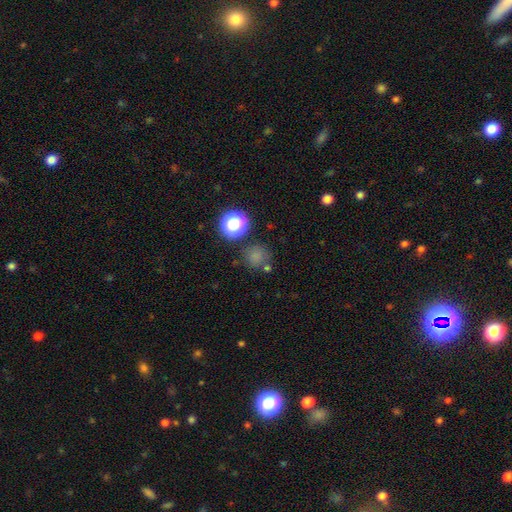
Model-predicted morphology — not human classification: smooth 73%, star or artifact 20%, featured or disk 7%. Down the decision tree: how rounded — round (91%); merging — none (73%).